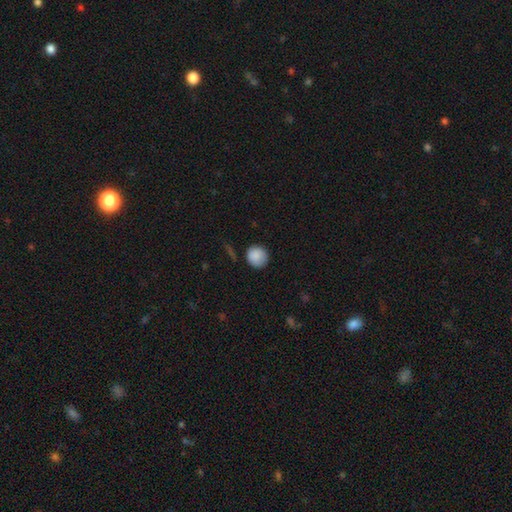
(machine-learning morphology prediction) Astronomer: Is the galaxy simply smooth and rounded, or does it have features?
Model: smooth — 88%.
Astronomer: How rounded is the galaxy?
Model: round — 92%.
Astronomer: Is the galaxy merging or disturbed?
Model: none — 84%.